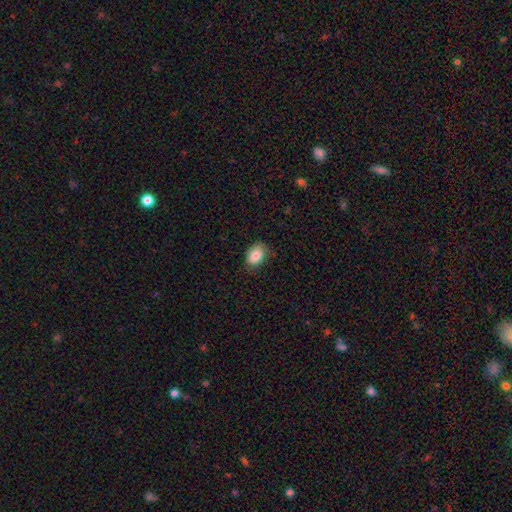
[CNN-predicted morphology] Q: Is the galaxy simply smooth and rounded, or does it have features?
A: smooth — 86%.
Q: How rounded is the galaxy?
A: in between — 81%.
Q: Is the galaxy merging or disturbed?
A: none — 76%.